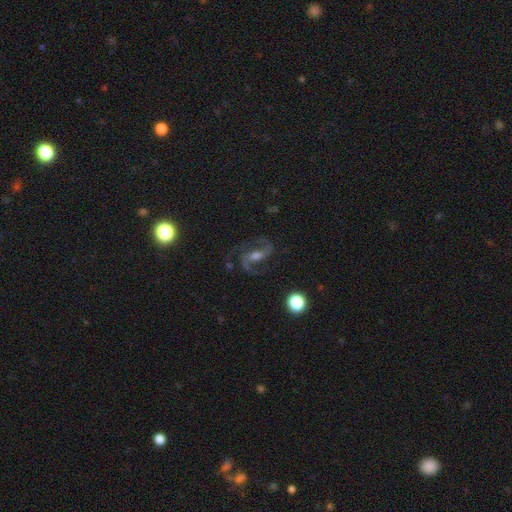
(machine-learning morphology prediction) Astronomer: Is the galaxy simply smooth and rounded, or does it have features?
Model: featured or disk — 88%.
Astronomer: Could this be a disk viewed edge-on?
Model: no — 97%.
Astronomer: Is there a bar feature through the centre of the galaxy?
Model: weak — 44% (runner-up: strong, 31%).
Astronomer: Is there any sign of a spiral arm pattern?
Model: yes — 98%.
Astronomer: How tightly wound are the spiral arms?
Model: medium — 56% (runner-up: loose, 32%).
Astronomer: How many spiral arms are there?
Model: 2 — 93%.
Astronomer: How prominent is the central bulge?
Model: moderate — 54% (runner-up: small, 29%).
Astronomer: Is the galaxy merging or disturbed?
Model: none — 81%.